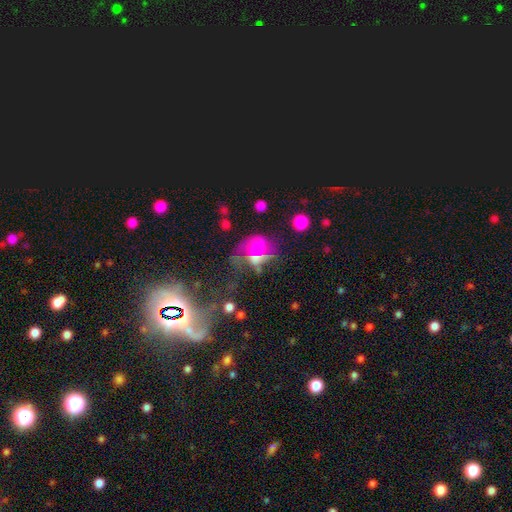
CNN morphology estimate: A smooth galaxy with no disk features (44%). Merging: merger (33%).